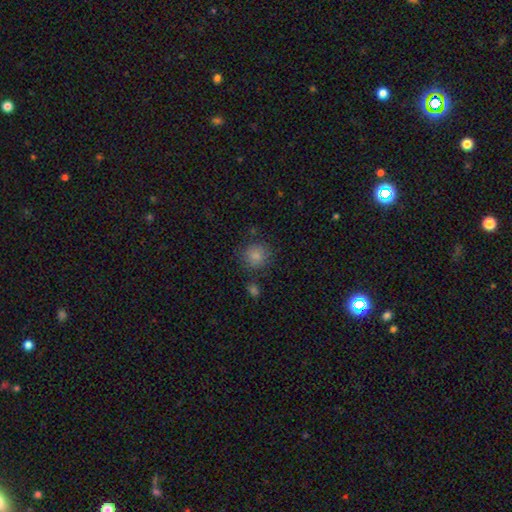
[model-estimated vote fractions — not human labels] Overall: smooth (84%). How rounded: round (88%). Merging: none (78%).